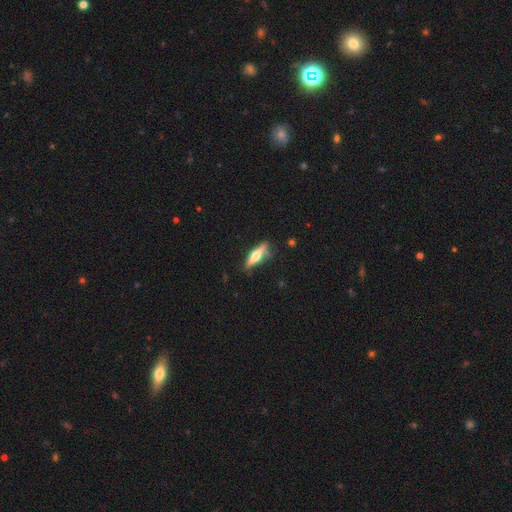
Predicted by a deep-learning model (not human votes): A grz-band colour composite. It shows a featured or disk galaxy (54%) viewed edge-on (93%) with a rounded central bulge (92%). Merging: none (75%).